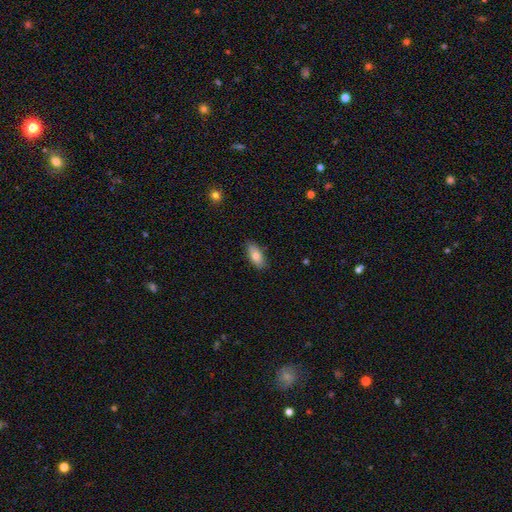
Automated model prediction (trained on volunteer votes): smooth 77%, featured or disk 16%, star or artifact 7%. Down the decision tree: how rounded — in between (87%); merging — none (85%).